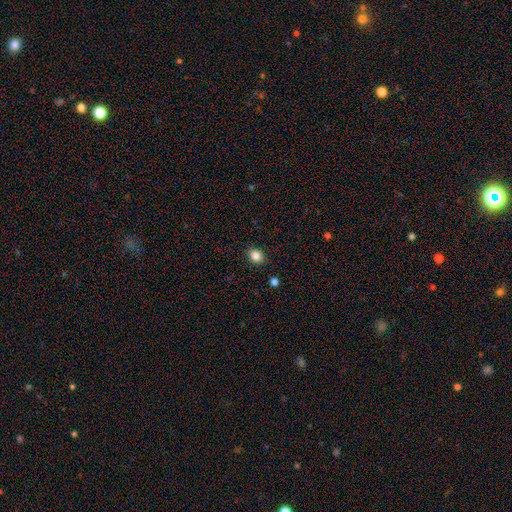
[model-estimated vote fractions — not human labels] smooth_or_featured: smooth (p=0.84) [alt: star or artifact p=0.11]
how_rounded: round (p=0.57) [alt: in between p=0.42]
merging: none (p=0.89) [alt: minor disturbance p=0.08]